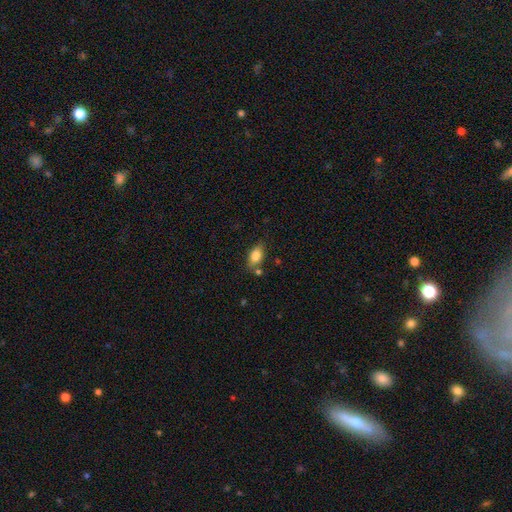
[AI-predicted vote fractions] Morphology: type=smooth (82%); roundness=in between (86%); merging=none (72%).